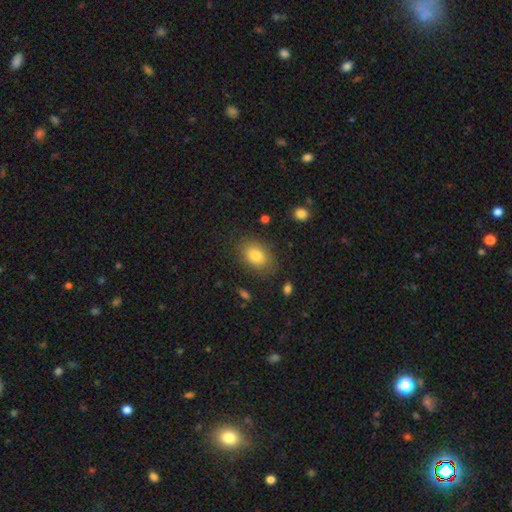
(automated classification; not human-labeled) This appears to be a smooth galaxy with no disk features (81%) that is in between round and cigar-shaped (75%). Merging: none (81%).